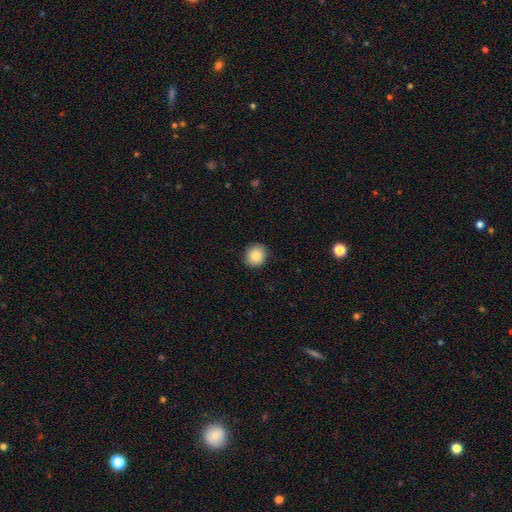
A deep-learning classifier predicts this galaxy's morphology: A smooth galaxy with no disk features (88%) that is round (87%). Merging: none (90%).